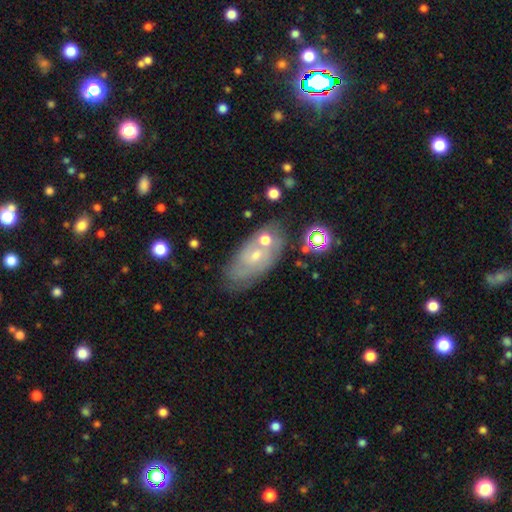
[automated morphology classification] Q: Smooth or featured?
A: featured or disk (55%); runner-up: smooth (33%)
Q: Edge-on disk?
A: no (90%); runner-up: yes (10%)
Q: Merging?
A: none (58%); runner-up: minor disturbance (20%)